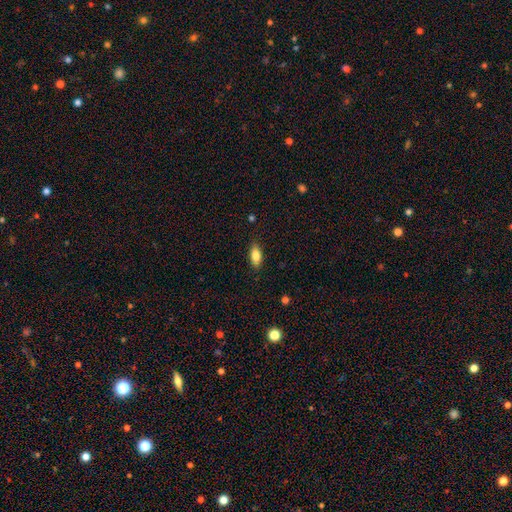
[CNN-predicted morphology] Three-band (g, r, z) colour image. It shows a smooth galaxy with no disk features (83%) that is in between round and cigar-shaped (84%). Merging: none (86%).